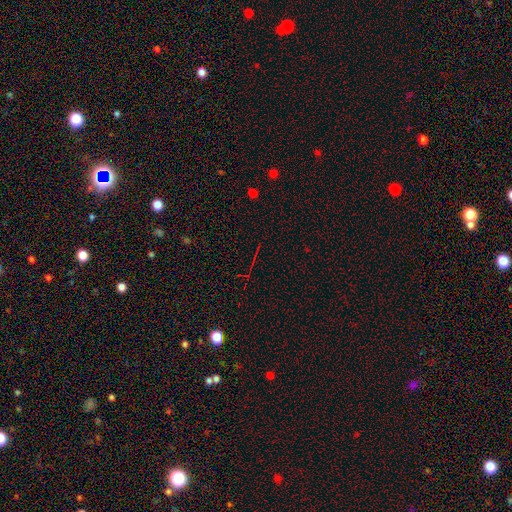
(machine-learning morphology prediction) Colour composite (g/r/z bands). It shows a star or artifact, not a galaxy (70%).